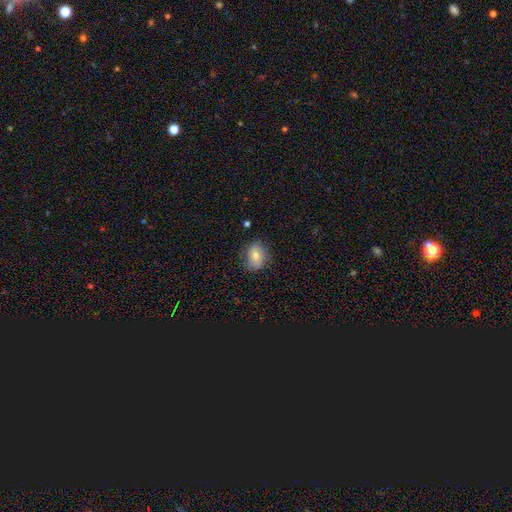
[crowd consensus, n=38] A smooth galaxy with no disk features (68%) that is in between round and cigar-shaped (65%).

Vote fractions:
- Smooth or featured? smooth: 68% / featured or disk: 21% / star or artifact: 11%
- How rounded? in between: 65% / round: 35% / cigar-shaped: 0%
- Merging? none: 76% / minor disturbance: 24% / major disturbance: 0% / merger: 0%